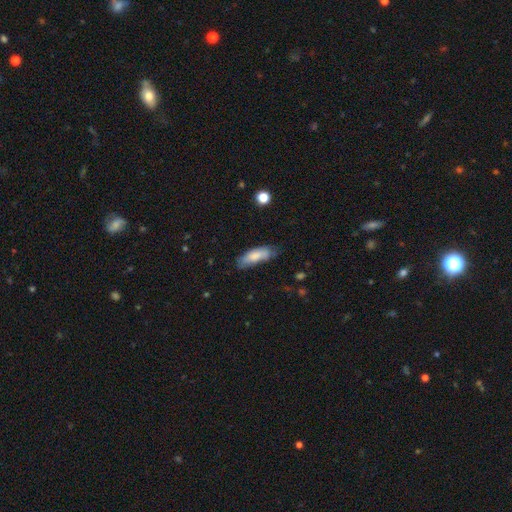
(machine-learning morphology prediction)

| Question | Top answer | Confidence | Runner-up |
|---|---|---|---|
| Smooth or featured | smooth | 78% | featured or disk (16%) |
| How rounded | in between | 60% | cigar-shaped (38%) |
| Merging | none | 65% | minor disturbance (26%) |